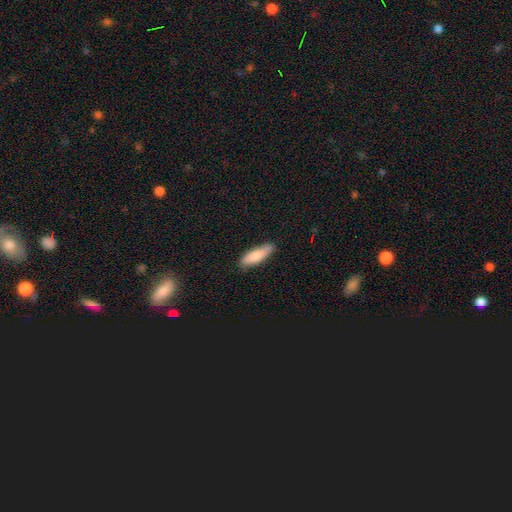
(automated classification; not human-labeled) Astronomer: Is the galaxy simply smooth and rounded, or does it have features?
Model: smooth — 84%.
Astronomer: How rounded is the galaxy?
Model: cigar-shaped — 50% (runner-up: in between, 49%).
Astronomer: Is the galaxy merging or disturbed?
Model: none — 84%.